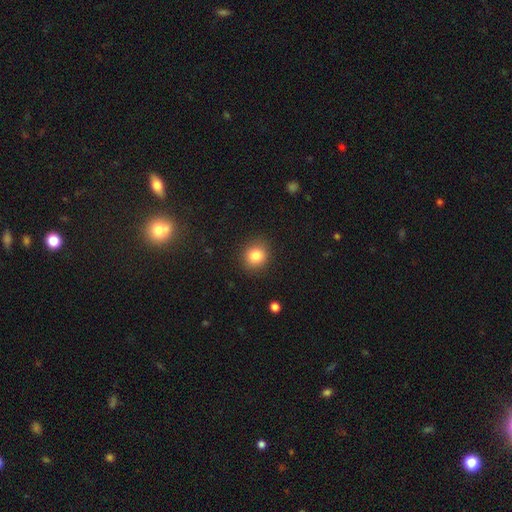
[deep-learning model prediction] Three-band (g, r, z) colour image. It shows a smooth galaxy with no disk features (83%) that is round (83%). Merging: none (89%).